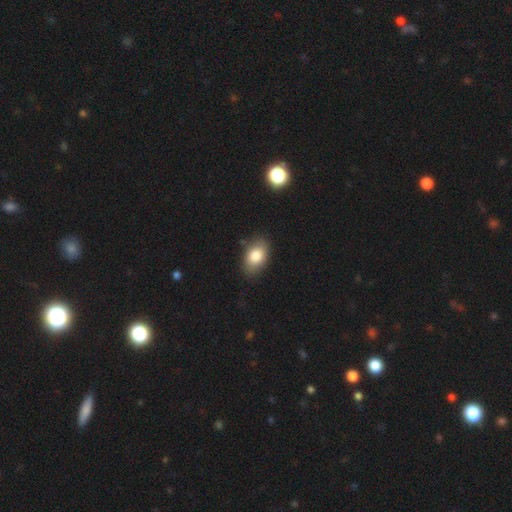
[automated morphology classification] Smooth or featured: smooth — 81% (featured or disk — 11%)
How rounded: in between — 88% (round — 10%)
Merging: none — 78% (minor disturbance — 16%)